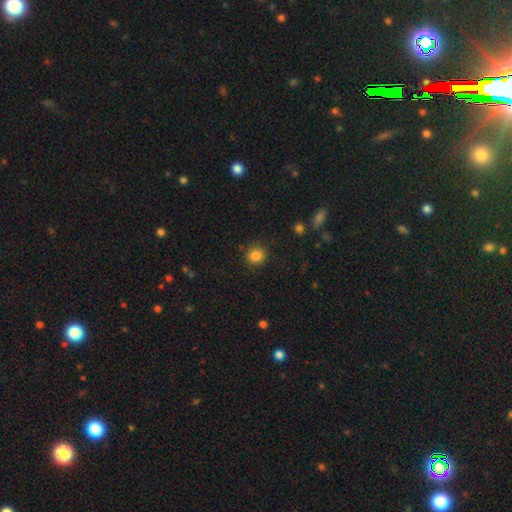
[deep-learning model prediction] This appears to be a smooth galaxy with no disk features (84%) that is round (84%). Merging: none (87%).